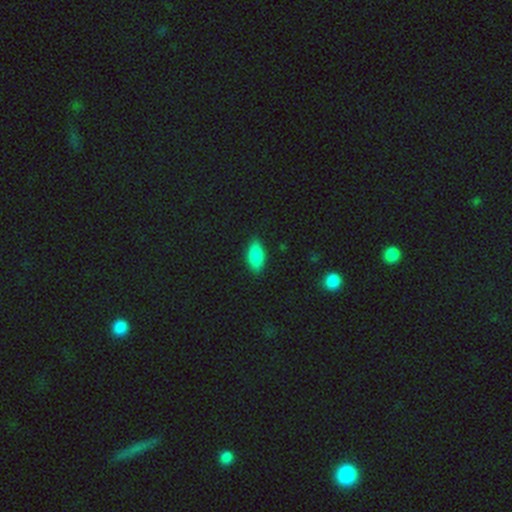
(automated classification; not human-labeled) smooth_or_featured: smooth (p=0.84) [alt: star or artifact p=0.09]
how_rounded: in between (p=0.88) [alt: cigar-shaped p=0.09]
merging: none (p=0.85) [alt: minor disturbance p=0.11]